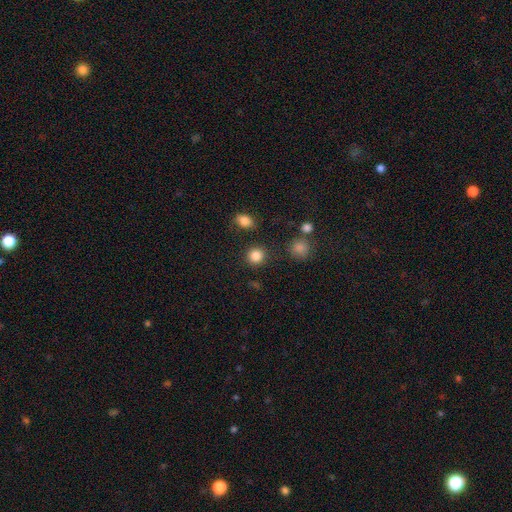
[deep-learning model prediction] Smooth or featured: smooth — 85% (star or artifact — 11%)
How rounded: round — 89% (in between — 10%)
Merging: none — 87% (minor disturbance — 7%)